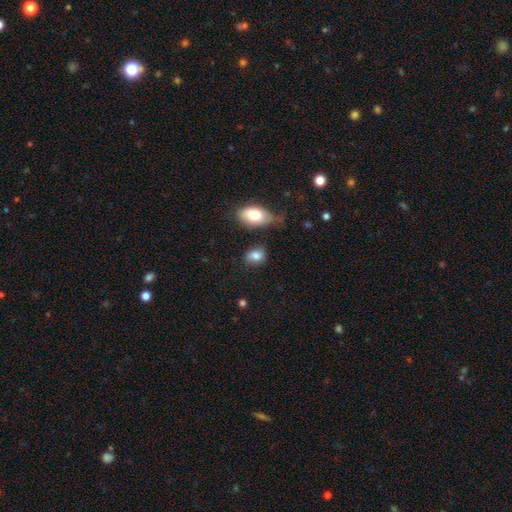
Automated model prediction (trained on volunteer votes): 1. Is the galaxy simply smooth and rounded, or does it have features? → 80% smooth, 11% featured or disk, 9% star or artifact.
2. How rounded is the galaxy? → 65% in between, 33% round, 2% cigar-shaped.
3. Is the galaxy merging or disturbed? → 65% none, 21% minor disturbance, 8% merger, 6% major disturbance.